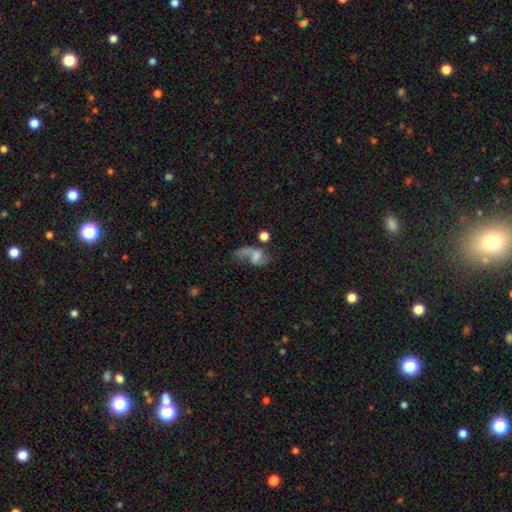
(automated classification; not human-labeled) Morphology: type=featured or disk (49%); merging=major disturbance (36%).